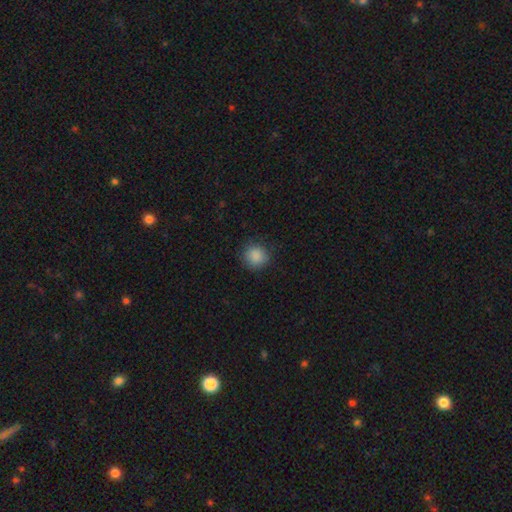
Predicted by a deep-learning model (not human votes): Q: Smooth or featured?
A: smooth (88%); runner-up: star or artifact (9%)
Q: How rounded?
A: round (92%); runner-up: in between (7%)
Q: Merging?
A: none (88%); runner-up: minor disturbance (9%)